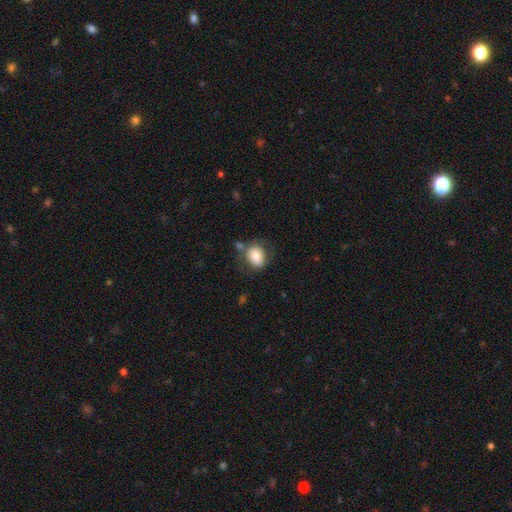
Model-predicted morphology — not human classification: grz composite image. It shows a smooth galaxy with no disk features (77%) that is round (55%). Merging: none (61%).